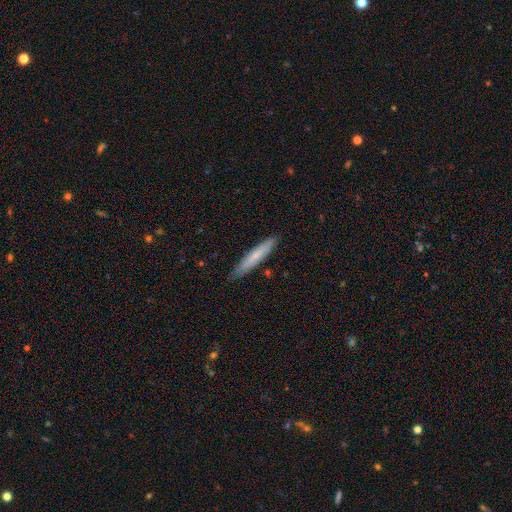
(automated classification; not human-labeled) smooth 65%, featured or disk 29%, star or artifact 6%. Down the decision tree: how rounded — cigar-shaped (92%); merging — none (86%).